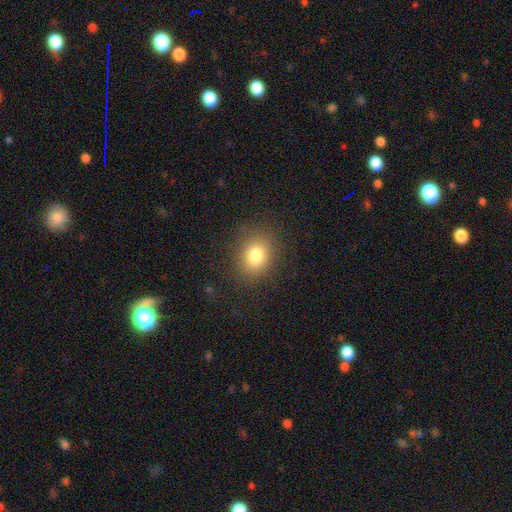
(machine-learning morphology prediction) type=smooth (80%); roundness=round (53%); merging=none (86%).